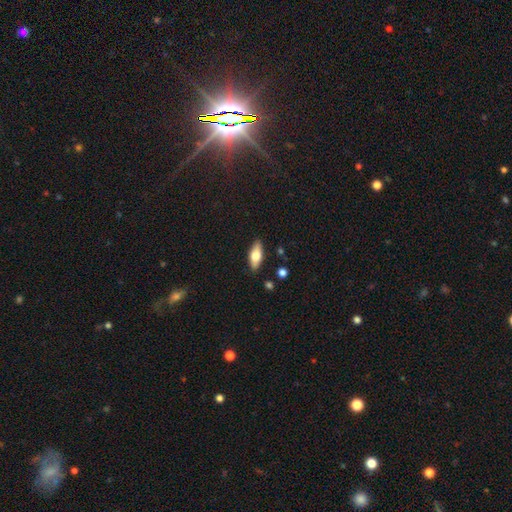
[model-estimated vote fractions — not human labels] smooth_or_featured: smooth (p=0.64) [alt: featured or disk p=0.29]
how_rounded: in between (p=0.76) [alt: cigar-shaped p=0.22]
merging: none (p=0.87) [alt: minor disturbance p=0.10]